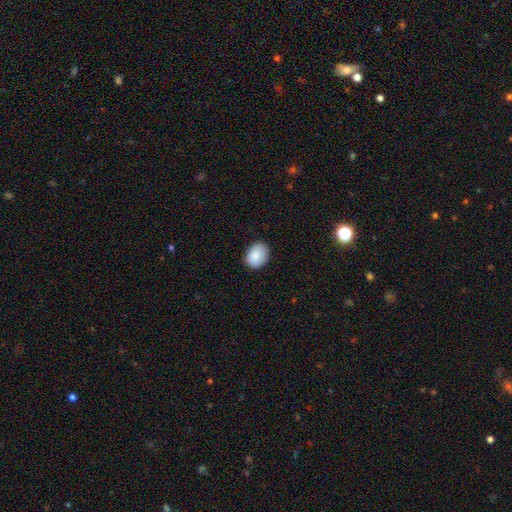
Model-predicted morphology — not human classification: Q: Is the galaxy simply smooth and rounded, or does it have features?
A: smooth — 89%.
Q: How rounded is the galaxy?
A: in between — 60%.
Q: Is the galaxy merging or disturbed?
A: none — 85%.